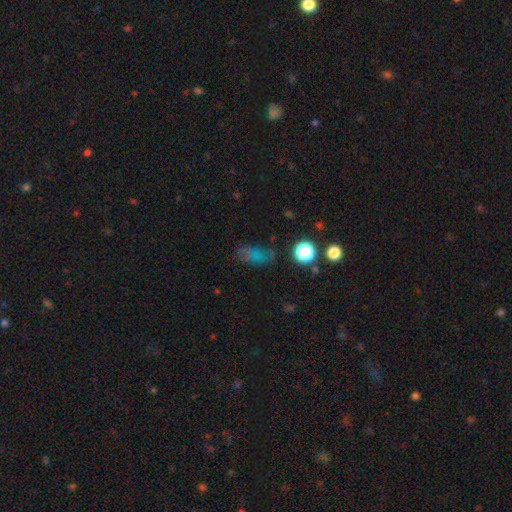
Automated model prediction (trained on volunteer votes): This appears to be a smooth galaxy with no disk features (56%) that is in between round and cigar-shaped (73%). Merging: none (64%).